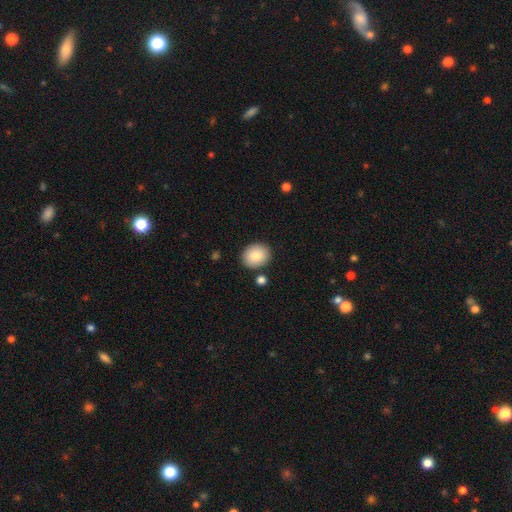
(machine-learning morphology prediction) smooth-or-featured: smooth: 84% | featured or disk: 9% | star or artifact: 8%
  how-rounded: round: 54% | in between: 45% | cigar-shaped: 1%
  merging: none: 85% | minor disturbance: 9% | merger: 4% | major disturbance: 2%